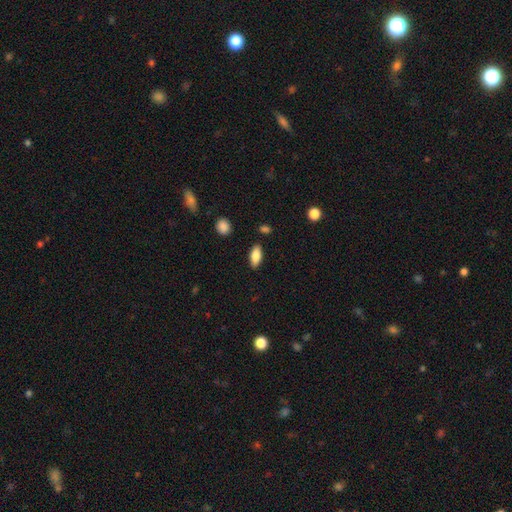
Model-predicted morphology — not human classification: Overall: smooth (81%). How rounded: in between (84%). Merging: none (86%).